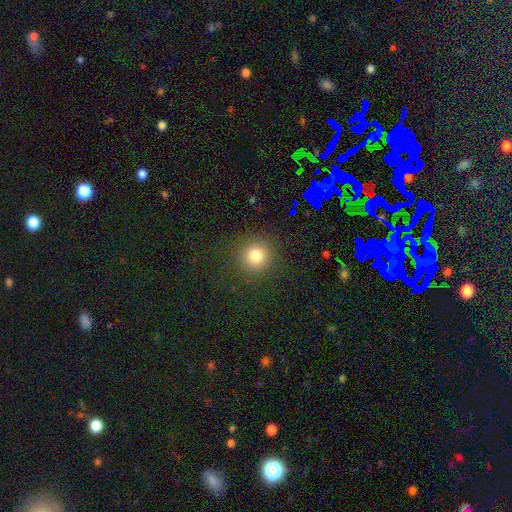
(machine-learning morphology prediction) A smooth galaxy with no disk features (79%) that is round (93%). Merging: none (89%).